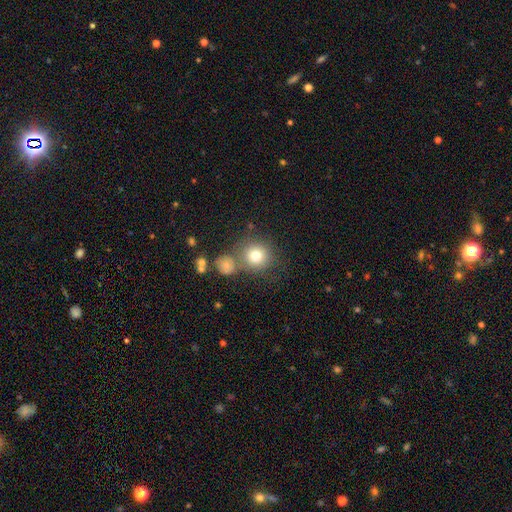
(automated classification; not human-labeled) Smooth or featured: smooth — 76% (star or artifact — 12%)
How rounded: round — 91% (in between — 8%)
Merging: none — 65% (merger — 20%)